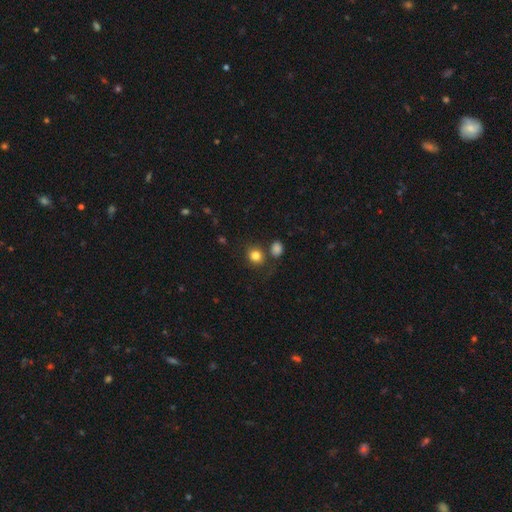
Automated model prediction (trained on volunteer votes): smooth 82%, star or artifact 12%, featured or disk 6%. Down the decision tree: how rounded — round (80%); merging — none (73%).